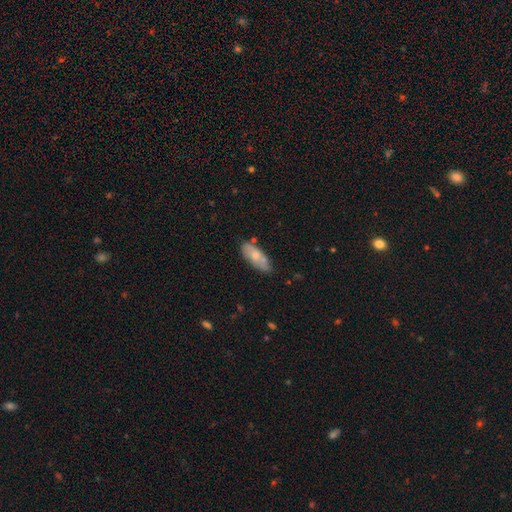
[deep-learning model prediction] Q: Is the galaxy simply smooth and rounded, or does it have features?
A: smooth — 66%.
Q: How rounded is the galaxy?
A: in between — 77%.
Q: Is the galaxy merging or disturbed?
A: none — 69%.